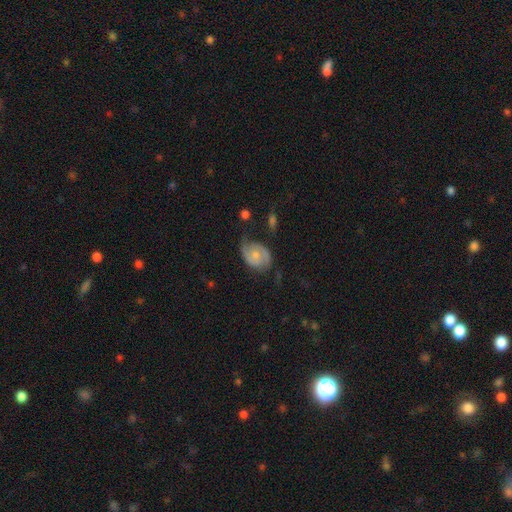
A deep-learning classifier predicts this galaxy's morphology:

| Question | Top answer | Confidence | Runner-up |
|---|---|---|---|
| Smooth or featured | featured or disk | 71% | smooth (23%) |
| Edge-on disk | no | 97% | yes (3%) |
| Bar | no | 66% | weak (29%) |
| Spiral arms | yes | 91% | no (9%) |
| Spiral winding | medium | 44% | tight (33%) |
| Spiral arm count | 2 | 82% | can't tell (9%) |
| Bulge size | small | 46% | moderate (44%) |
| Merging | none | 58% | minor disturbance (26%) |